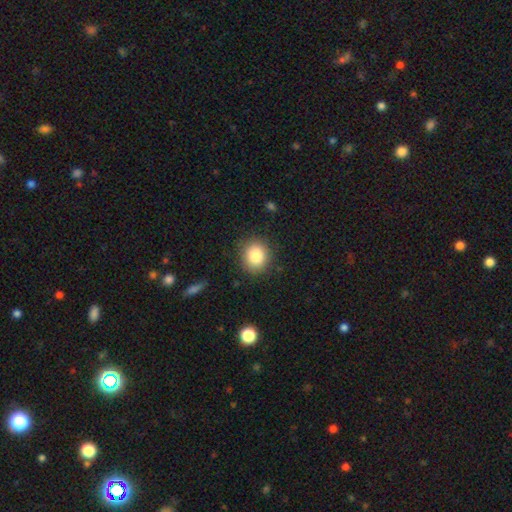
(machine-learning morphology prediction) Smooth or featured? Predicted: smooth (p=0.84). How rounded? Predicted: round (p=0.78). Merging? Predicted: none (p=0.86).